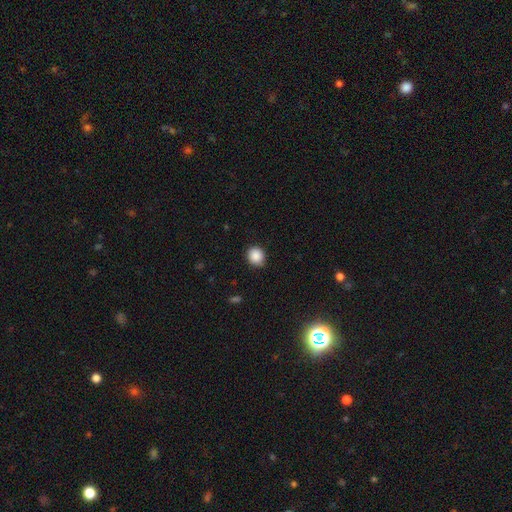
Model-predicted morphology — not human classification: type=smooth (88%); roundness=round (76%); merging=none (85%).